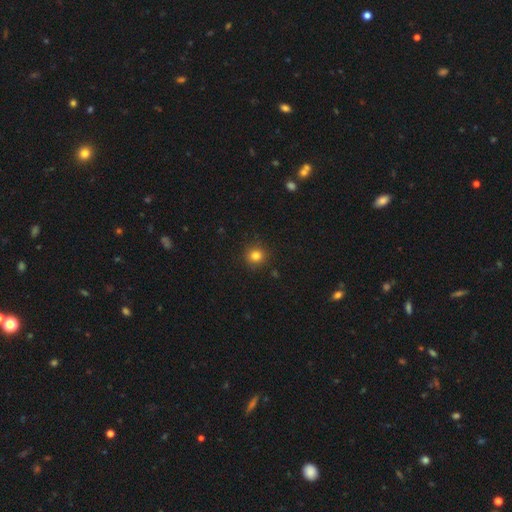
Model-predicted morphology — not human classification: Smooth or featured? Predicted: smooth (p=0.82). How rounded? Predicted: round (p=0.92). Merging? Predicted: none (p=0.90).